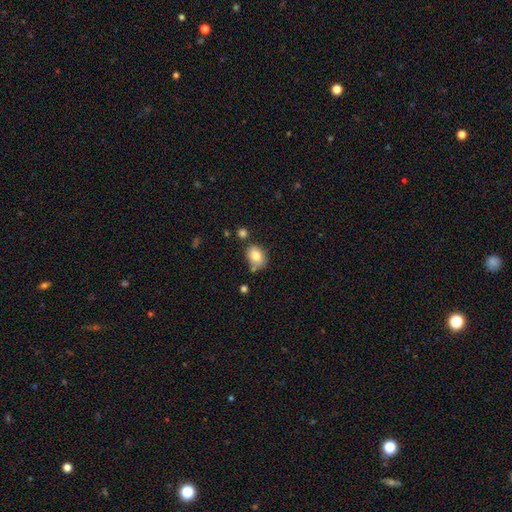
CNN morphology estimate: Smooth or featured? smooth (82%)
How rounded? in between (71%)
Merging? none (66%)